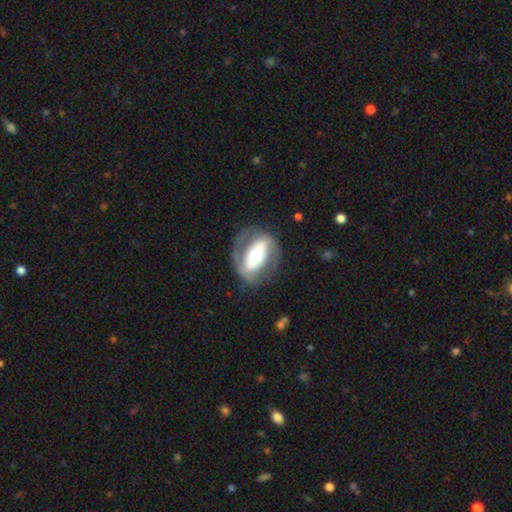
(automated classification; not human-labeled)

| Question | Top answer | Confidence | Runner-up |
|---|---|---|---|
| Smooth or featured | featured or disk | 71% | smooth (24%) |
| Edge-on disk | no | 89% | yes (11%) |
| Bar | strong | 60% | no (22%) |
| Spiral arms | no | 51% | yes (49%) |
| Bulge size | moderate | 59% | small (20%) |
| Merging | none | 73% | minor disturbance (15%) |